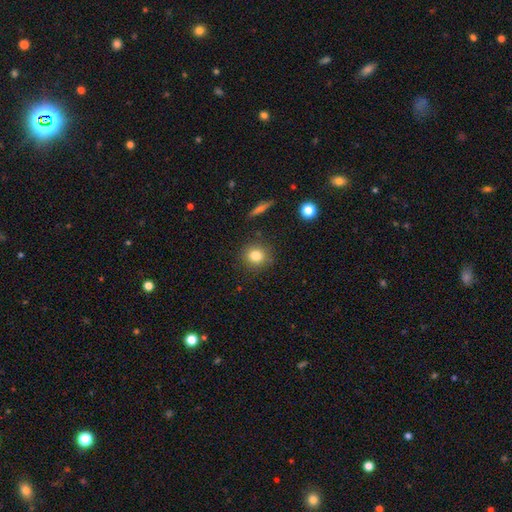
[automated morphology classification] Smooth or featured? smooth (81%)
How rounded? round (88%)
Merging? none (87%)